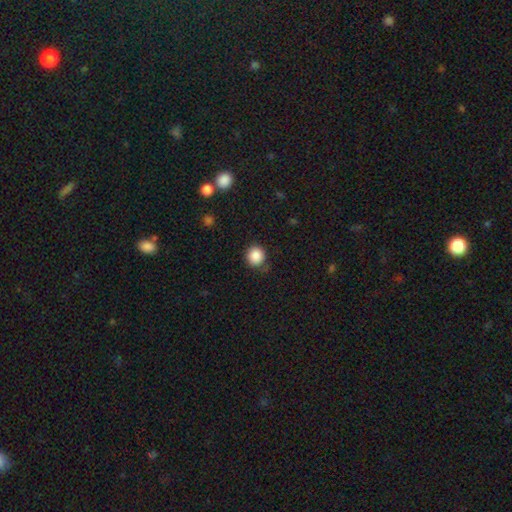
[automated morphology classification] A smooth galaxy with no disk features (87%) that is round (91%). Merging: none (79%).